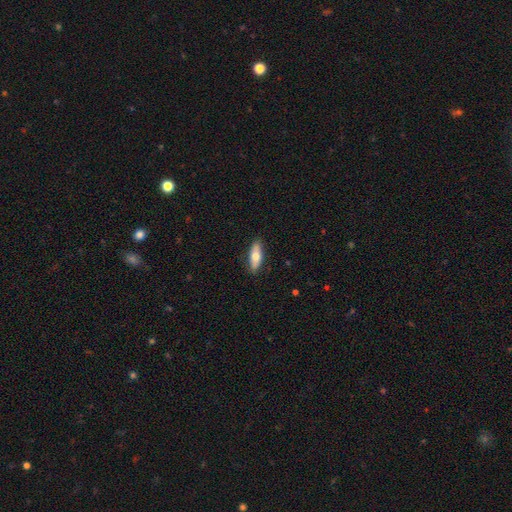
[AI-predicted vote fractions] Morphology: type=smooth (67%); roundness=in between (63%); merging=none (86%).